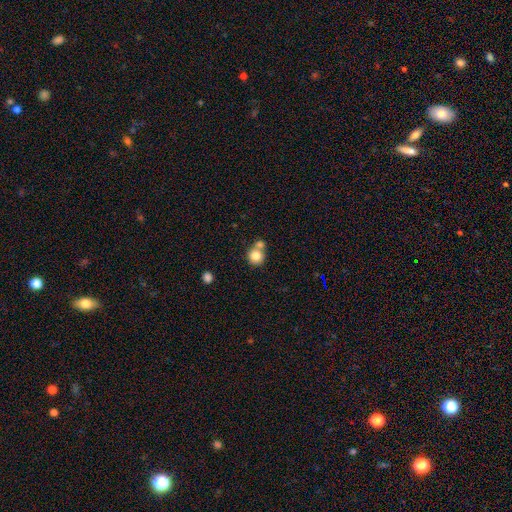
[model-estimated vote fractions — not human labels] smooth 80%, star or artifact 10%, featured or disk 9%. Down the decision tree: how rounded — round (88%); merging — none (51%).